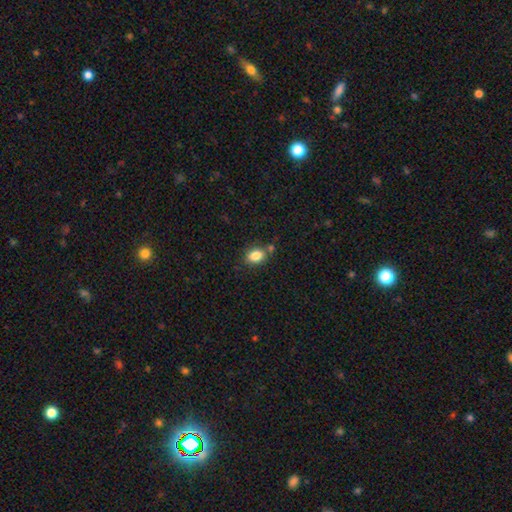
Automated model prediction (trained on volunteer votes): Q: Smooth or featured?
A: smooth (84%); runner-up: star or artifact (10%)
Q: How rounded?
A: in between (72%); runner-up: round (26%)
Q: Merging?
A: none (74%); runner-up: minor disturbance (13%)